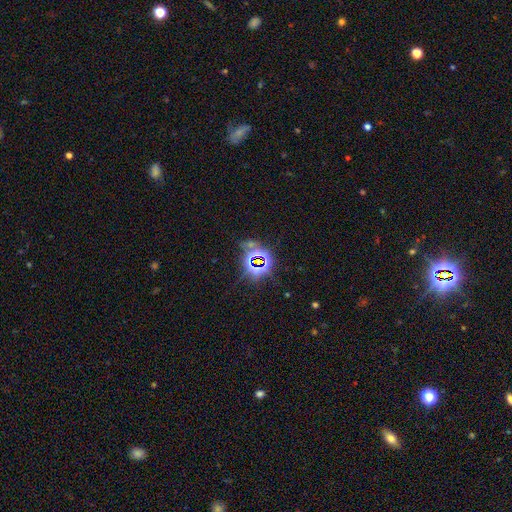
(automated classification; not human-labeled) Smooth or featured? star or artifact (79%)